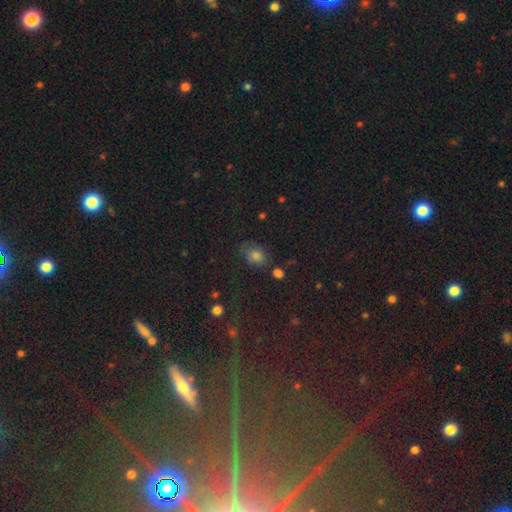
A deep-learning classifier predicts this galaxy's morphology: smooth-or-featured: smooth: 67% | star or artifact: 22% | featured or disk: 11%
  how-rounded: in between: 62% | round: 36% | cigar-shaped: 2%
  merging: none: 67% | minor disturbance: 21% | major disturbance: 8% | merger: 4%